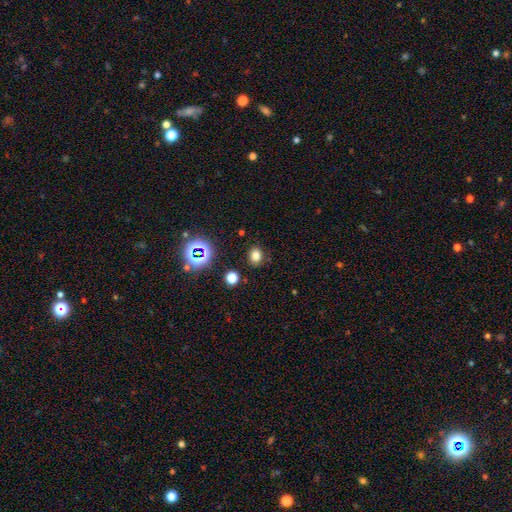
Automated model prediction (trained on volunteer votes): smooth_or_featured: smooth (p=0.76) [alt: star or artifact p=0.19]
how_rounded: round (p=0.56) [alt: in between p=0.43]
merging: none (p=0.85) [alt: minor disturbance p=0.10]